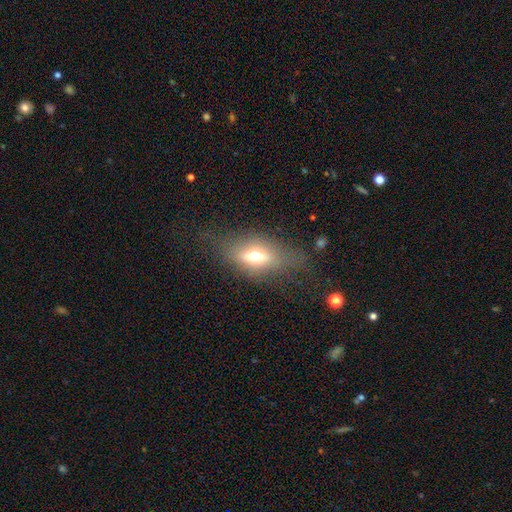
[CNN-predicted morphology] A smooth galaxy with no disk features (50%).

Vote fractions:
- Smooth or featured? smooth: 50% / featured or disk: 38% / star or artifact: 12%
- Merging? none: 64% / minor disturbance: 19% / major disturbance: 15% / merger: 2%